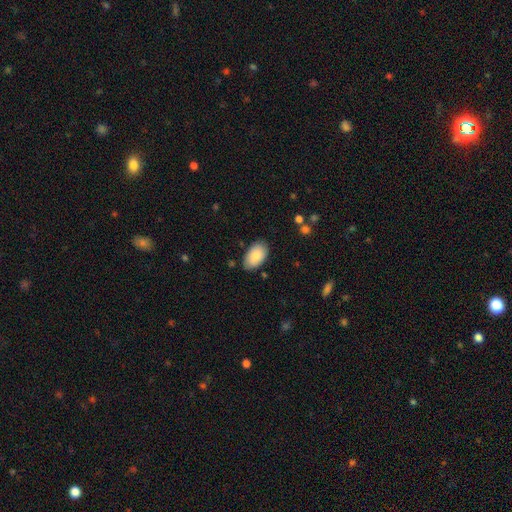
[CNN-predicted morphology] smooth-or-featured: smooth: 84% | featured or disk: 10% | star or artifact: 6%
  how-rounded: in between: 95% | round: 4% | cigar-shaped: 1%
  merging: none: 82% | minor disturbance: 14% | major disturbance: 3% | merger: 2%